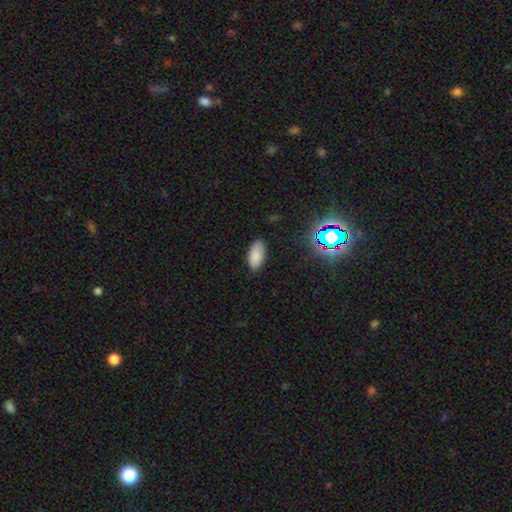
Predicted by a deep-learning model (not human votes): Q: Smooth or featured?
A: smooth (84%); runner-up: star or artifact (11%)
Q: How rounded?
A: in between (93%); runner-up: cigar-shaped (5%)
Q: Merging?
A: none (86%); runner-up: minor disturbance (11%)